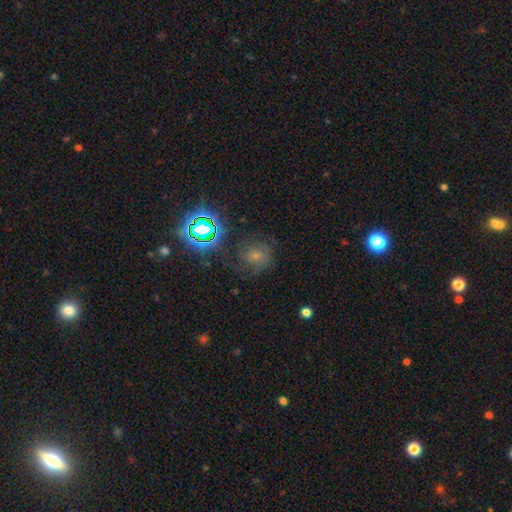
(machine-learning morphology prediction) smooth_or_featured: smooth (p=0.42) [alt: star or artifact p=0.30]
merging: none (p=0.60) [alt: minor disturbance p=0.21]